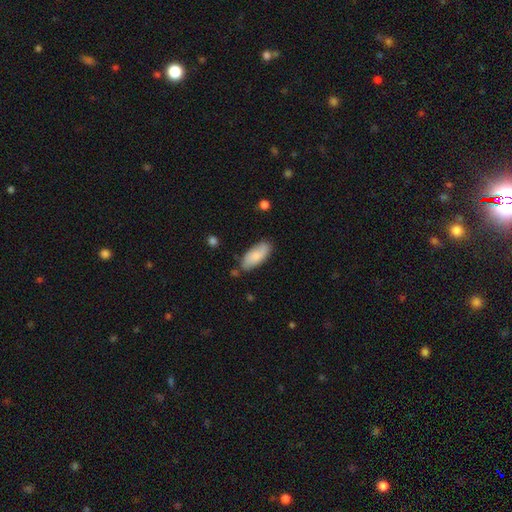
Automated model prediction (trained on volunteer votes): Smooth or featured: smooth — 79% (featured or disk — 15%)
How rounded: in between — 84% (cigar-shaped — 14%)
Merging: none — 76% (minor disturbance — 17%)